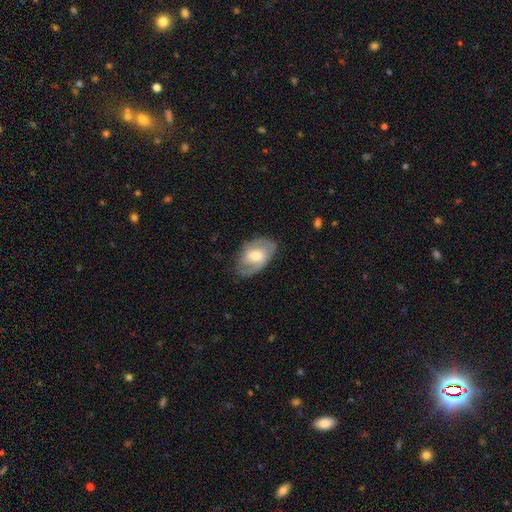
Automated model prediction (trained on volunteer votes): The model was most divided on "bar": weak: 44%, no: 41%, strong: 14%. More confident: edge-on disk — no (94%); spiral arms — yes (76%); merging — none (69%); bulge size — moderate (59%); smooth or featured — featured or disk (58%).